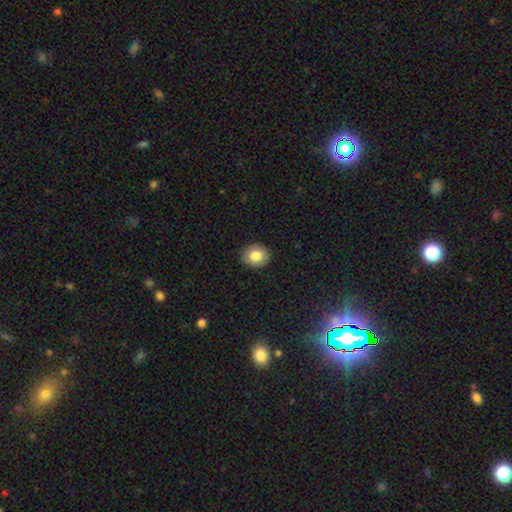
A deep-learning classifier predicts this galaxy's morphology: Overall: smooth (83%). How rounded: round (66%; in between 33%). Merging: none (90%).